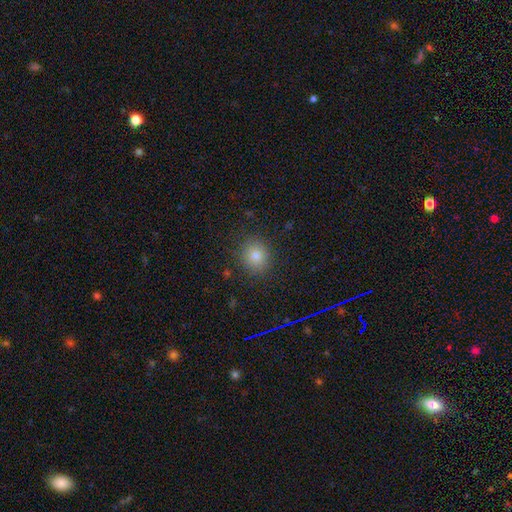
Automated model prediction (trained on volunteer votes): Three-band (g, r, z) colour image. It shows a smooth galaxy with no disk features (76%) that is round (75%). Merging: none (88%).